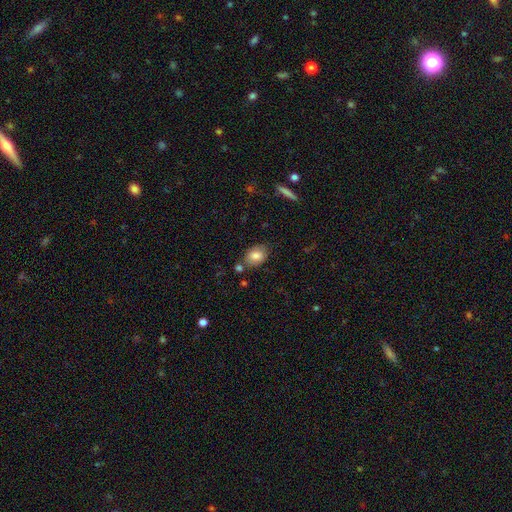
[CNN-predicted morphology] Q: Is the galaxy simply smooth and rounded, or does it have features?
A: smooth — 80%.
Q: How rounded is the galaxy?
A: in between — 73%.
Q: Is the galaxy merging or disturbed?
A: none — 73%.